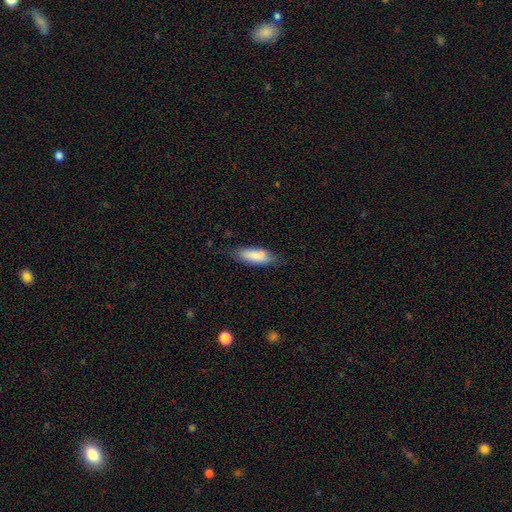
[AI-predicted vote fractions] Morphology: type=smooth (82%); roundness=in between (65%); merging=none (69%).